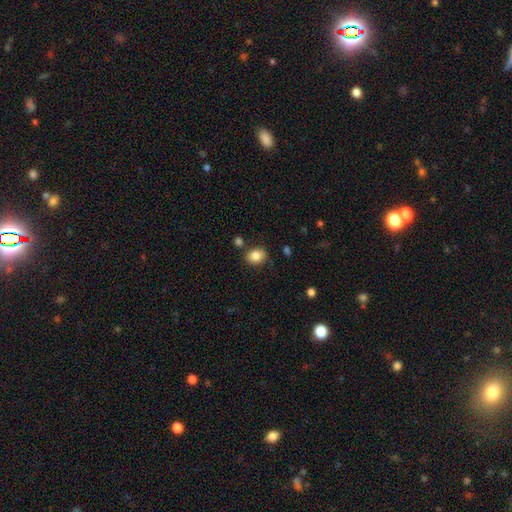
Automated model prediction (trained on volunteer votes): Smooth or featured: smooth — 85% (star or artifact — 9%)
How rounded: in between — 55% (round — 44%)
Merging: none — 78% (minor disturbance — 13%)